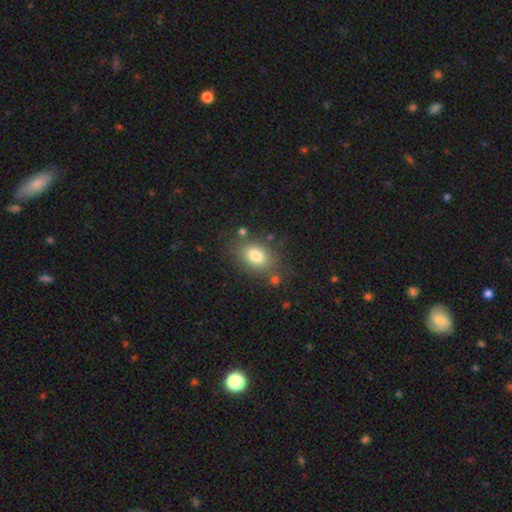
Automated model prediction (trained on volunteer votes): A smooth galaxy with no disk features (81%) that is in between round and cigar-shaped (77%).

Vote fractions:
- Smooth or featured? smooth: 81% / featured or disk: 10% / star or artifact: 9%
- How rounded? in between: 77% / round: 22% / cigar-shaped: 1%
- Merging? none: 74% / minor disturbance: 14% / merger: 6% / major disturbance: 5%